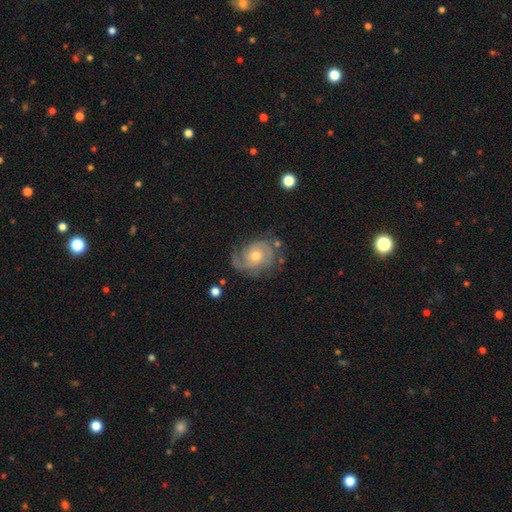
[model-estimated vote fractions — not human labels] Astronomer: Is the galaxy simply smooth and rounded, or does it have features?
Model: featured or disk — 81%.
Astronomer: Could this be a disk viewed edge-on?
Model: no — 97%.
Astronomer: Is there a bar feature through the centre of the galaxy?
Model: no — 74%.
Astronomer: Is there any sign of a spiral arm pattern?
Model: yes — 94%.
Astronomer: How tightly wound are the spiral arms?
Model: tight — 47% (runner-up: medium, 39%).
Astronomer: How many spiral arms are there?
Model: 2 — 54%.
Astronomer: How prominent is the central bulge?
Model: moderate — 63%.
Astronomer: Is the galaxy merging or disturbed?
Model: none — 65%.